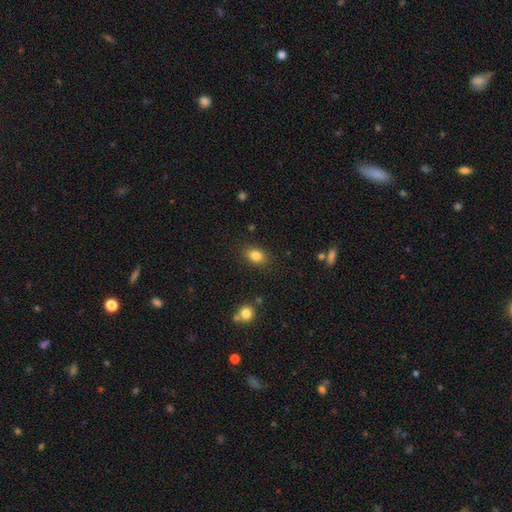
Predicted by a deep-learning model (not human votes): Q: Smooth or featured?
A: smooth (83%); runner-up: star or artifact (10%)
Q: How rounded?
A: in between (73%); runner-up: round (25%)
Q: Merging?
A: none (85%); runner-up: minor disturbance (10%)